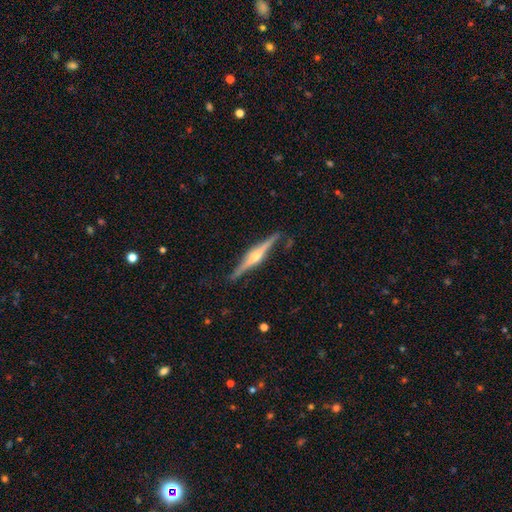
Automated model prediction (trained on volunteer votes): smooth-or-featured: featured or disk: 82% | smooth: 13% | star or artifact: 5%
  disk-edge-on: yes: 98% | no: 2%
    edge-on-bulge: rounded: 88% | boxy: 7% | none: 5%
  merging: none: 85% | minor disturbance: 11% | major disturbance: 2% | merger: 1%